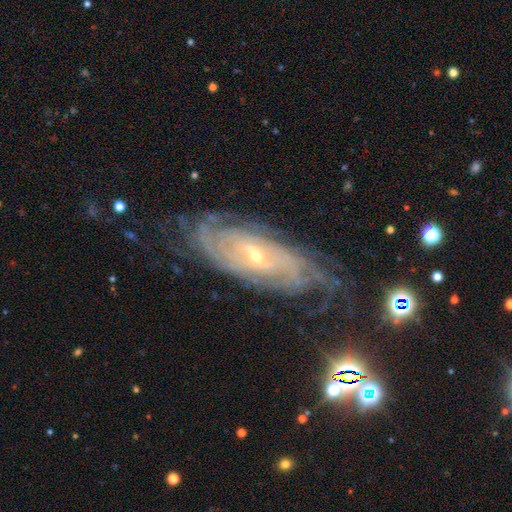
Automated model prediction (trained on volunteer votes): The model was most divided on "bar" (2-way tie): weak: 41%, no: 41%, strong: 18%. Remaining: spiral arms — yes (96%); edge-on disk — no (89%); smooth or featured — featured or disk (85%); spiral winding — tight (73%); merging — none (72%); bulge size — small (71%); spiral arm count — can't tell (42%).